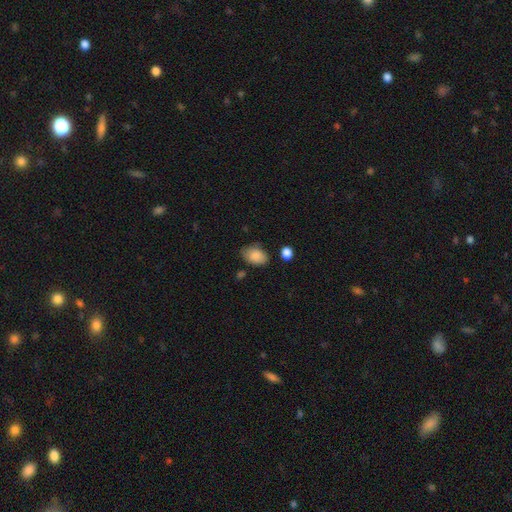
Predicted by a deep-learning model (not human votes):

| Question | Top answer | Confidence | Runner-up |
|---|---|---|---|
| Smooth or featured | smooth | 85% | featured or disk (7%) |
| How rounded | in between | 82% | round (17%) |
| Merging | none | 65% | minor disturbance (26%) |